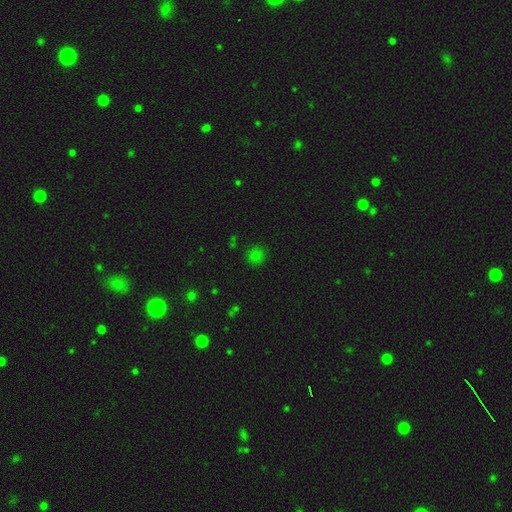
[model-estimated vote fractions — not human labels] Smooth or featured: smooth — 76% (star or artifact — 20%)
How rounded: round — 88% (in between — 11%)
Merging: none — 85% (minor disturbance — 10%)